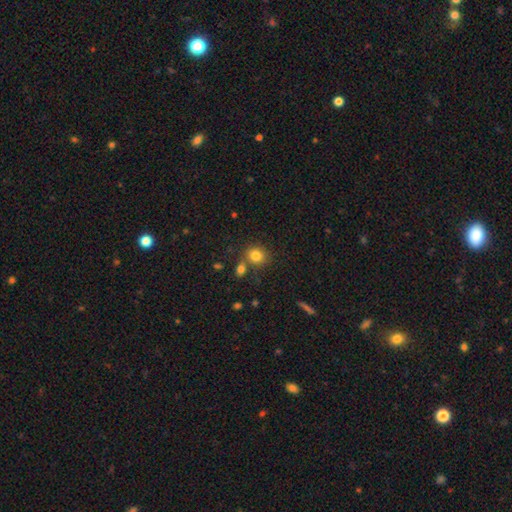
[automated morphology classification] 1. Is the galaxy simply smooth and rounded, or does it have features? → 82% smooth, 11% star or artifact, 7% featured or disk.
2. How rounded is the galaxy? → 71% round, 28% in between, 1% cigar-shaped.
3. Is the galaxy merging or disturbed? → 65% none, 21% merger, 11% minor disturbance, 4% major disturbance.